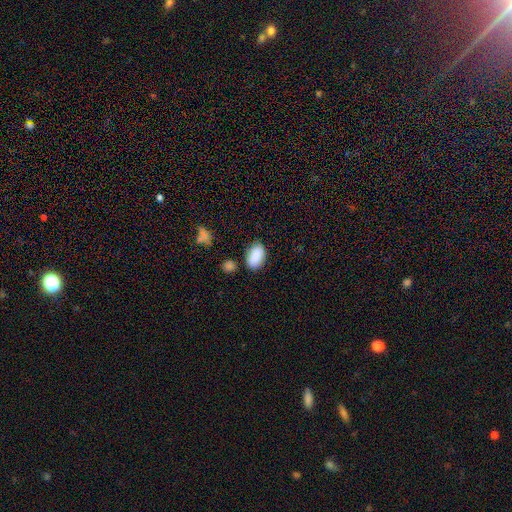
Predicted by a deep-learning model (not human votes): Smooth or featured: smooth — 87% (star or artifact — 8%)
How rounded: in between — 92% (round — 6%)
Merging: none — 71% (minor disturbance — 18%)